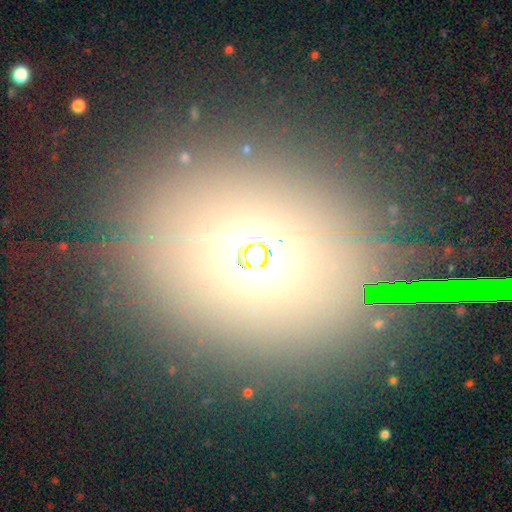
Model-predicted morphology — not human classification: Smooth or featured?
  - smooth: 55% *
  - star or artifact: 32%
  - featured or disk: 13%
How rounded?
  - round: 63% *
  - in between: 35%
  - cigar-shaped: 2%
Merging?
  - none: 86% *
  - minor disturbance: 7%
  - major disturbance: 4%
  - merger: 3%